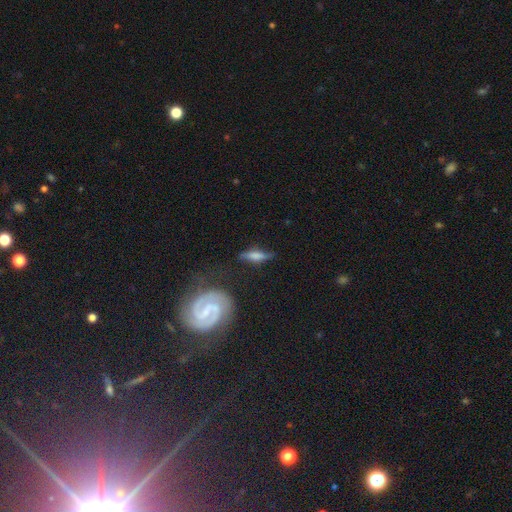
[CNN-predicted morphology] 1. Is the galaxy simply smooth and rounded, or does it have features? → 52% featured or disk, 39% smooth, 8% star or artifact.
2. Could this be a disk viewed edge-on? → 75% yes, 25% no.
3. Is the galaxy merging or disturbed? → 69% none, 20% minor disturbance, 7% major disturbance, 4% merger.